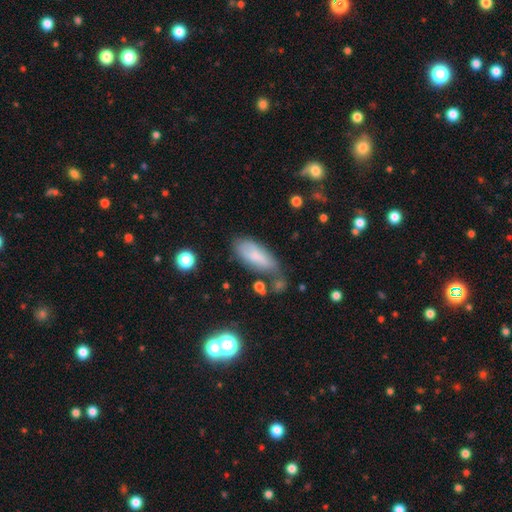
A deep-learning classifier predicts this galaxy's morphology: A smooth galaxy with no disk features (71%) that is in between round and cigar-shaped (78%).

Vote fractions:
- Smooth or featured? smooth: 71% / featured or disk: 21% / star or artifact: 8%
- How rounded? in between: 78% / cigar-shaped: 19% / round: 2%
- Merging? none: 52% / minor disturbance: 30% / major disturbance: 10% / merger: 8%